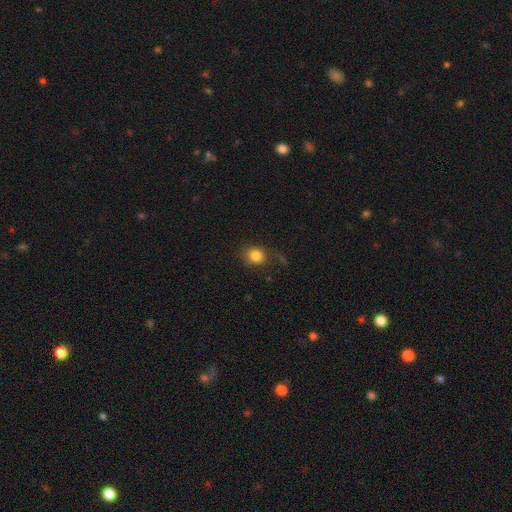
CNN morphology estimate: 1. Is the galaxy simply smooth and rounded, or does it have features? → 82% smooth, 11% star or artifact, 7% featured or disk.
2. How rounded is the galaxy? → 75% round, 24% in between, 1% cigar-shaped.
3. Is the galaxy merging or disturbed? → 74% none, 16% minor disturbance, 7% major disturbance, 3% merger.